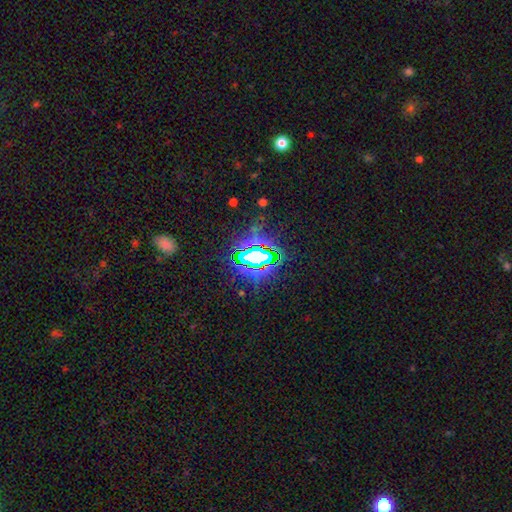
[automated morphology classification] Smooth or featured? Predicted: star or artifact (p=0.76).